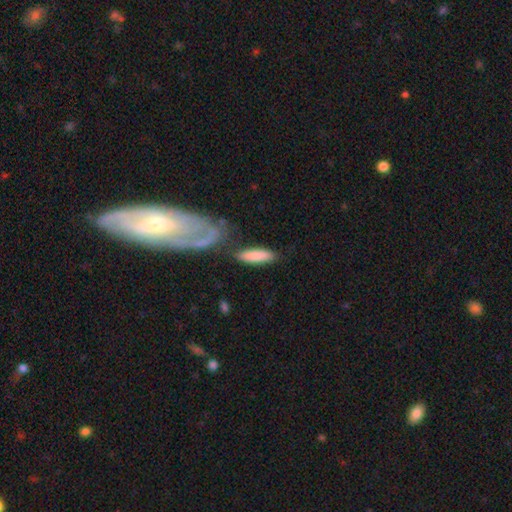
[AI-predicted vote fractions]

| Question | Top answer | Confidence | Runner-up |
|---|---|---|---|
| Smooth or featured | smooth | 82% | featured or disk (13%) |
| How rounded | cigar-shaped | 62% | in between (36%) |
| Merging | none | 70% | minor disturbance (15%) |